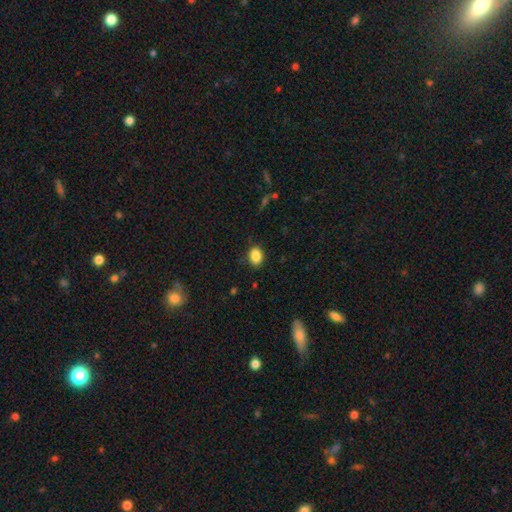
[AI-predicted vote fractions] This is clearly a smooth galaxy (87%). How rounded: likely in between (69%). Merging: clearly none (85%).